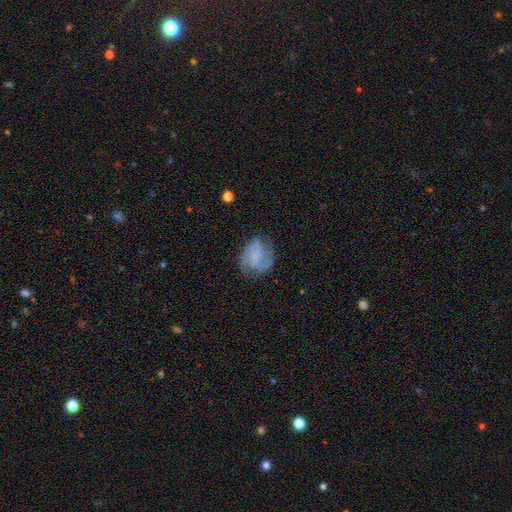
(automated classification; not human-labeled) Smooth or featured? Predicted: featured or disk (p=0.73). Edge-on disk? Predicted: no (p=0.98). Bar? Predicted: no (p=0.51). Spiral arms? Predicted: yes (p=0.93). Spiral winding? Predicted: medium (p=0.48). Spiral arm count? Predicted: 2 (p=0.53). Bulge size? Predicted: none (p=0.54). Merging? Predicted: none (p=0.68).